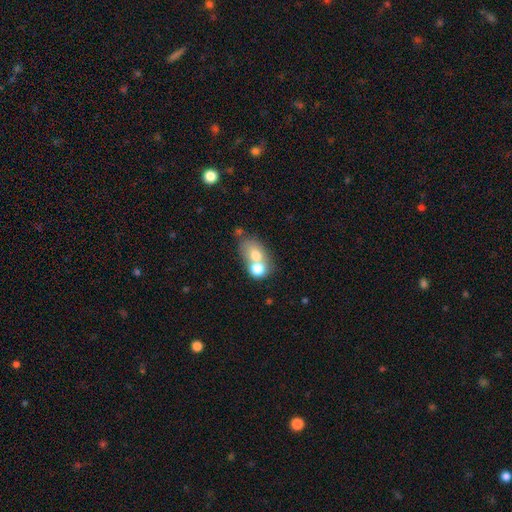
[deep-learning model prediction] Smooth or featured?
  - smooth: 68% *
  - featured or disk: 23%
  - star or artifact: 9%
How rounded?
  - in between: 69% *
  - round: 30%
  - cigar-shaped: 2%
Merging?
  - merger: 62% *
  - none: 24%
  - minor disturbance: 8%
  - major disturbance: 5%